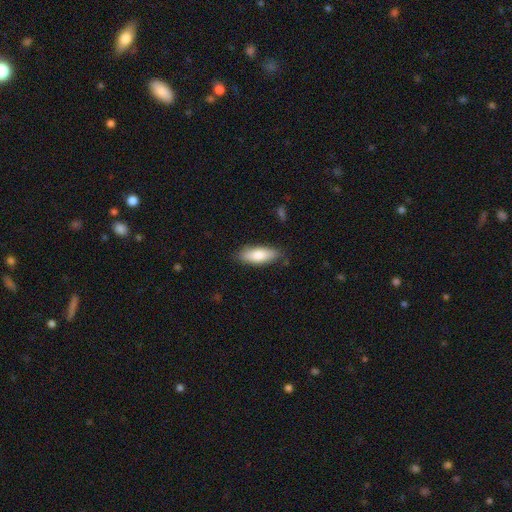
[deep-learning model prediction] Smooth or featured? smooth (80%)
How rounded? in between (68%)
Merging? none (83%)